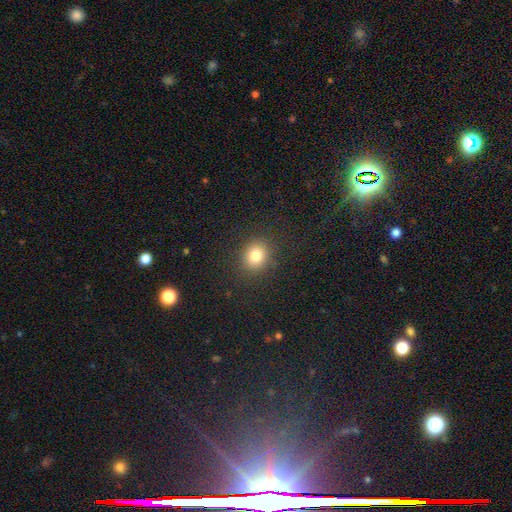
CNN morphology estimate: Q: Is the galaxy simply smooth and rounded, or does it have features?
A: smooth — 82%.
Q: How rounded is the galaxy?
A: round — 69%.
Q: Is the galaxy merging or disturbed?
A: none — 88%.